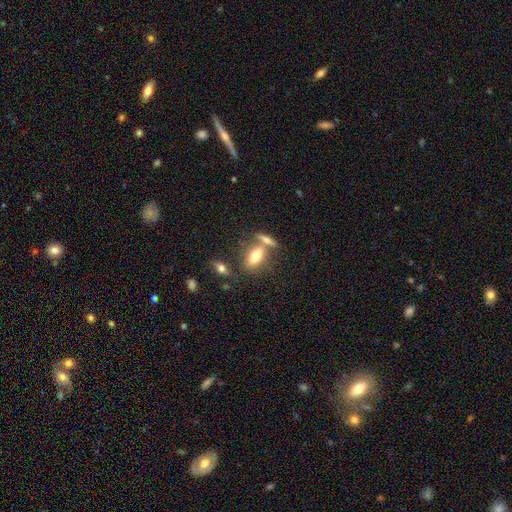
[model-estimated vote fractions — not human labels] smooth 67%, featured or disk 25%, star or artifact 8%. Down the decision tree: how rounded — in between (78%); merging — none (54%).